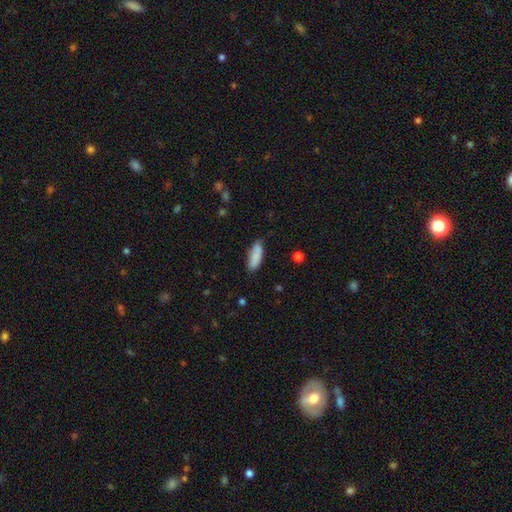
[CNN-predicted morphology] Smooth or featured? Predicted: smooth (p=0.86). How rounded? Predicted: in between (p=0.68). Merging? Predicted: none (p=0.73).